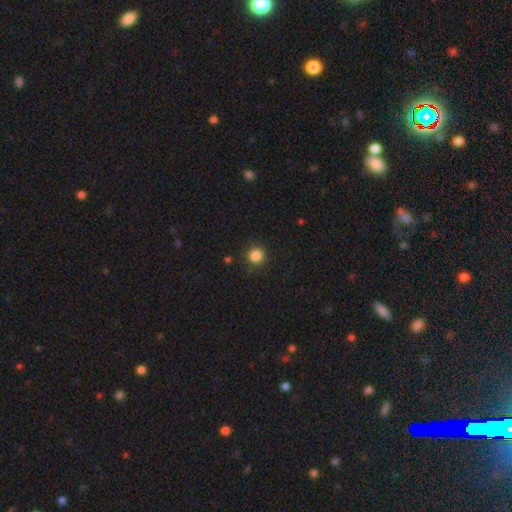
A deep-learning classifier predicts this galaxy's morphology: type=smooth (85%); roundness=round (94%); merging=none (89%).